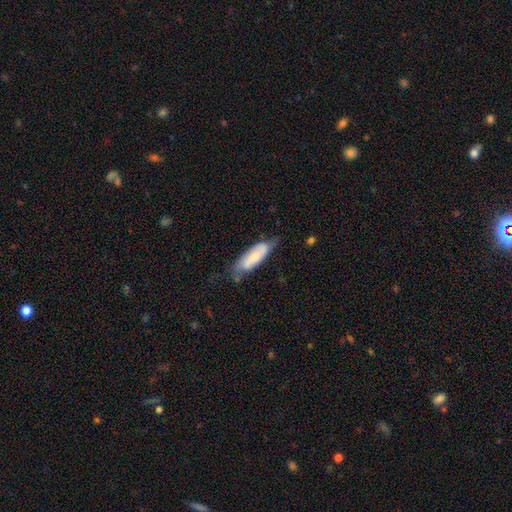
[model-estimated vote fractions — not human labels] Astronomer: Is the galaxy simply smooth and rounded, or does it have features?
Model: smooth — 58% (runner-up: featured or disk, 36%).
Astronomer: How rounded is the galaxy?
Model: in between — 60% (runner-up: cigar-shaped, 38%).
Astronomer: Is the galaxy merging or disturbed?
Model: none — 58%.